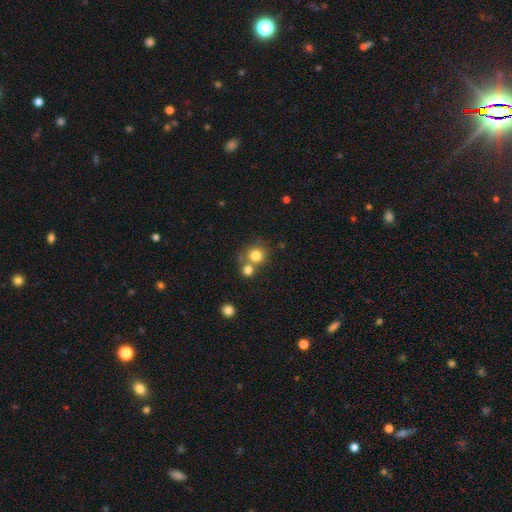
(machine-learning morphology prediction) type=smooth (79%); roundness=round (88%); merging=none (55%).